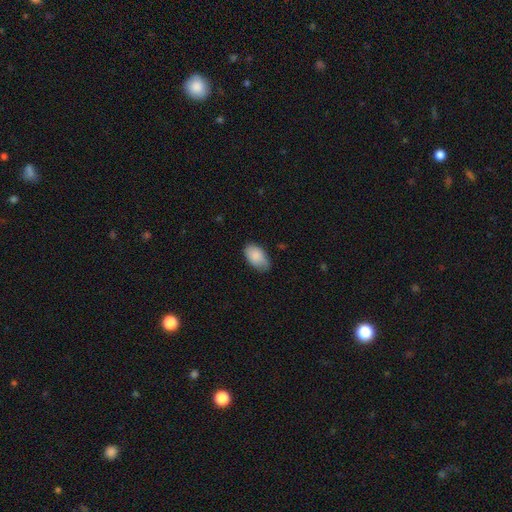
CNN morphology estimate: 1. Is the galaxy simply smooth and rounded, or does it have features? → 88% smooth, 6% star or artifact, 6% featured or disk.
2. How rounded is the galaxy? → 94% in between, 5% round, 1% cigar-shaped.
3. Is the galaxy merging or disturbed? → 76% none, 20% minor disturbance, 3% major disturbance, 1% merger.